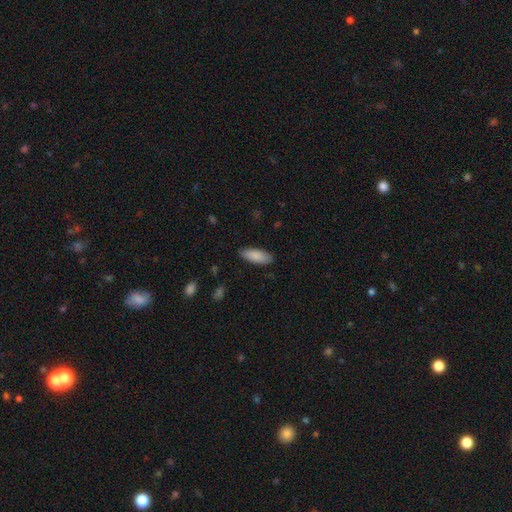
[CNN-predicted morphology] Smooth or featured? Predicted: smooth (p=0.87). How rounded? Predicted: in between (p=0.78). Merging? Predicted: none (p=0.86).